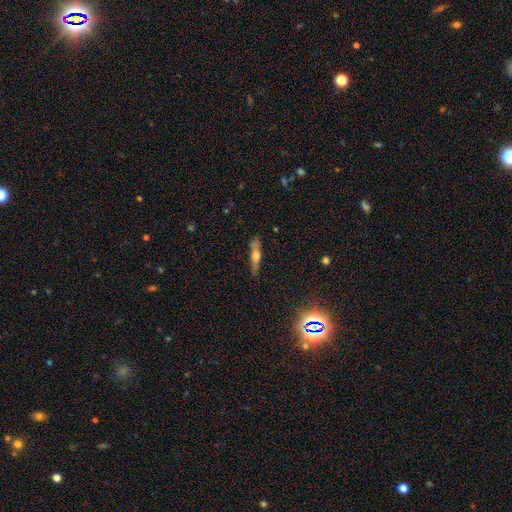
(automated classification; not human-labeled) A featured or disk galaxy (49%). Merging: none (82%).